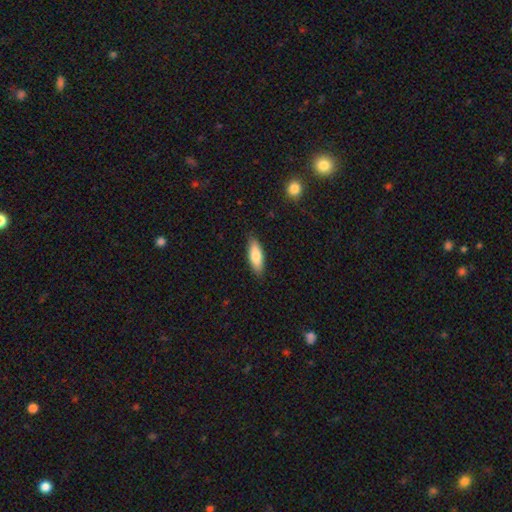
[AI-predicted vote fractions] This appears to be a smooth galaxy with no disk features (78%) that is in between round and cigar-shaped (62%). Merging: none (87%).